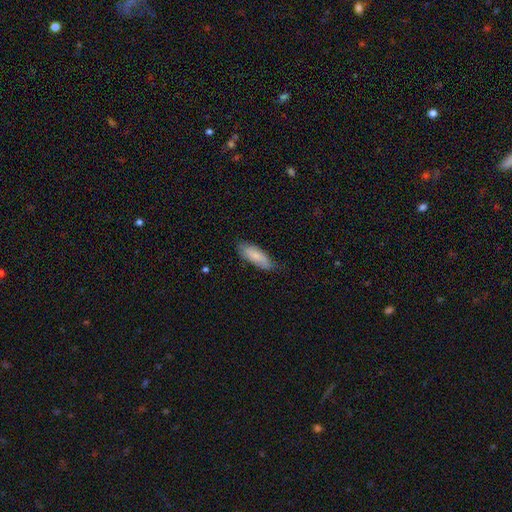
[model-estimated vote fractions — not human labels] Smooth or featured? smooth (77%)
How rounded? in between (69%)
Merging? none (73%)